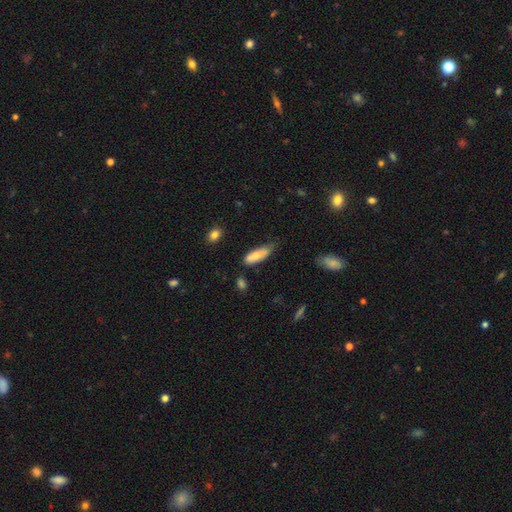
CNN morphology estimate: Smooth or featured?
  - smooth: 73% *
  - featured or disk: 20%
  - star or artifact: 7%
How rounded?
  - in between: 58% *
  - cigar-shaped: 40%
  - round: 2%
Merging?
  - none: 45% *
  - minor disturbance: 41%
  - major disturbance: 10%
  - merger: 4%